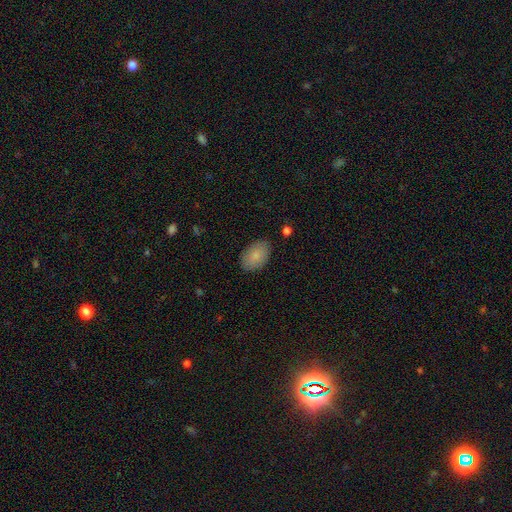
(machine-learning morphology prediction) smooth 84%, featured or disk 9%, star or artifact 7%. Down the decision tree: how rounded — in between (89%); merging — none (85%).